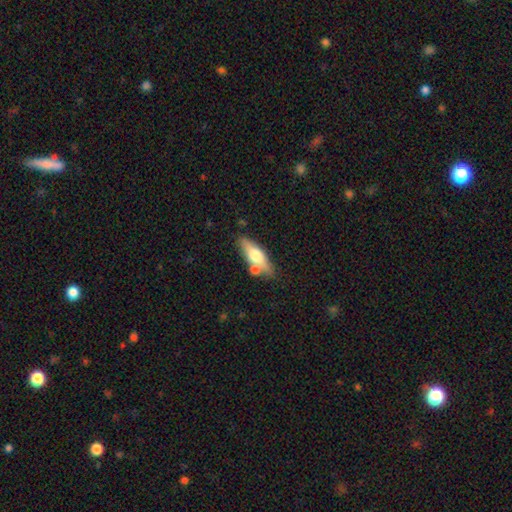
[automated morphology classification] A smooth galaxy with no disk features (51%) that is cigar-shaped (49%). Merging: none (68%).